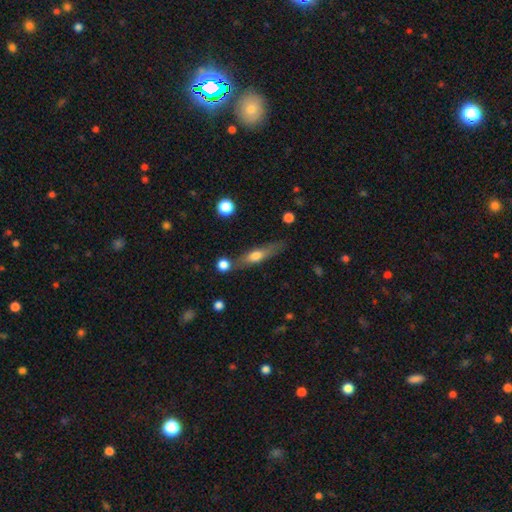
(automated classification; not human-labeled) Overall: smooth (52%; featured or disk 41%). How rounded: cigar-shaped (71%). Merging: none (67%).